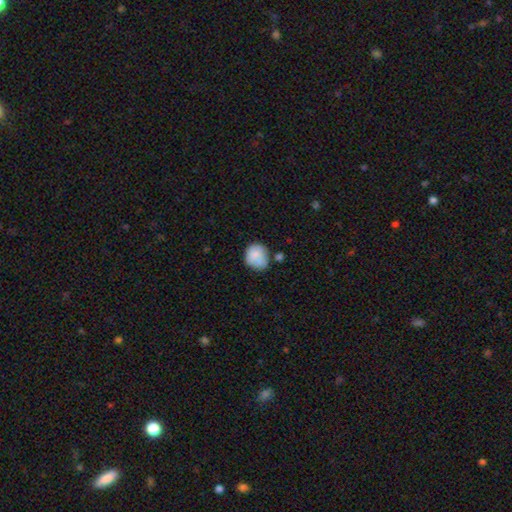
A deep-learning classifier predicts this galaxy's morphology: smooth_or_featured: smooth (p=0.79) [alt: featured or disk p=0.13]
how_rounded: round (p=0.73) [alt: in between p=0.26]
merging: none (p=0.55) [alt: minor disturbance p=0.23]